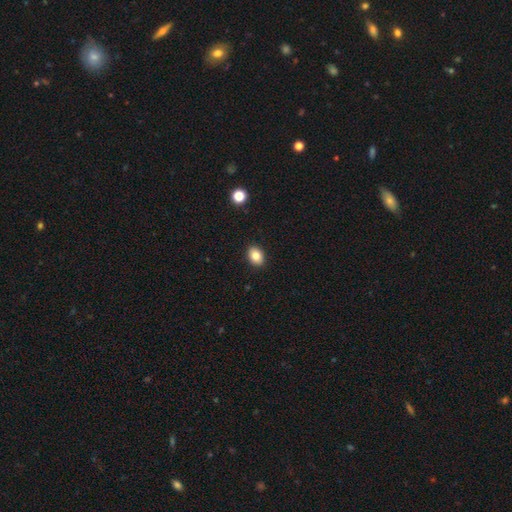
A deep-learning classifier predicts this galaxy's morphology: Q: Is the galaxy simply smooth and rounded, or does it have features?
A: smooth — 83%.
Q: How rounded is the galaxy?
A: in between — 75%.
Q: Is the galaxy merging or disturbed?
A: none — 90%.